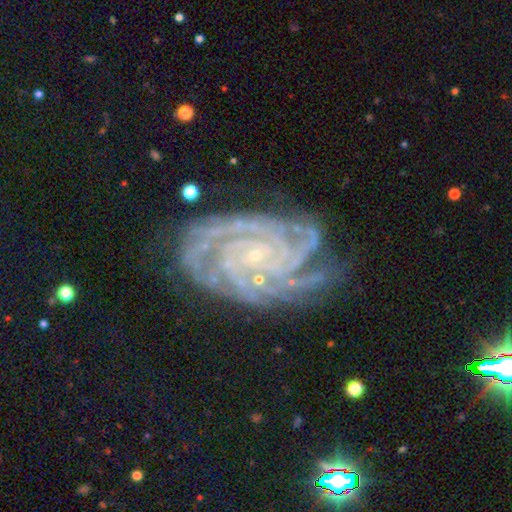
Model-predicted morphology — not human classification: Q: Smooth or featured?
A: featured or disk (90%); runner-up: star or artifact (7%)
Q: Edge-on disk?
A: no (98%); runner-up: yes (2%)
Q: Bar?
A: no (71%); runner-up: weak (19%)
Q: Spiral arms?
A: yes (99%); runner-up: no (1%)
Q: Spiral winding?
A: tight (80%); runner-up: medium (18%)
Q: Spiral arm count?
A: 4 (29%); runner-up: more than 4 (22%)
Q: Bulge size?
A: small (89%); runner-up: moderate (7%)
Q: Merging?
A: none (74%); runner-up: minor disturbance (18%)